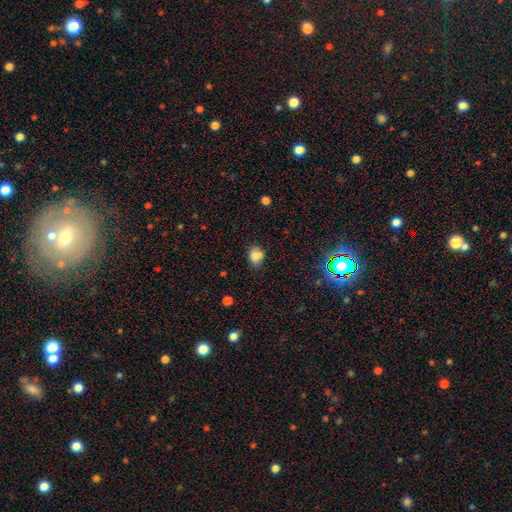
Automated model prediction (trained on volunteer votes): A smooth galaxy with no disk features (75%) that is in between round and cigar-shaped (58%). Merging: none (57%).